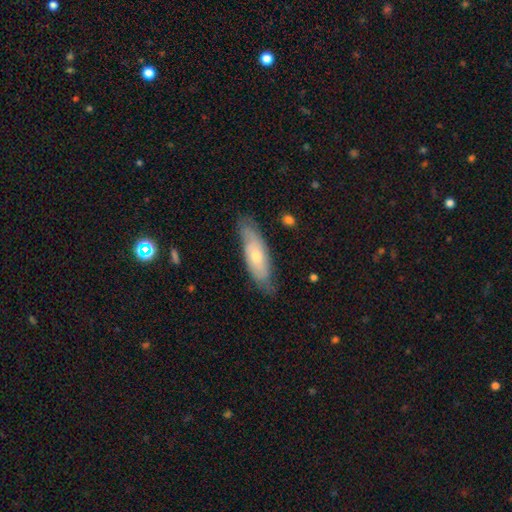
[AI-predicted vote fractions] Morphology: type=featured or disk (47%); merging=none (73%).